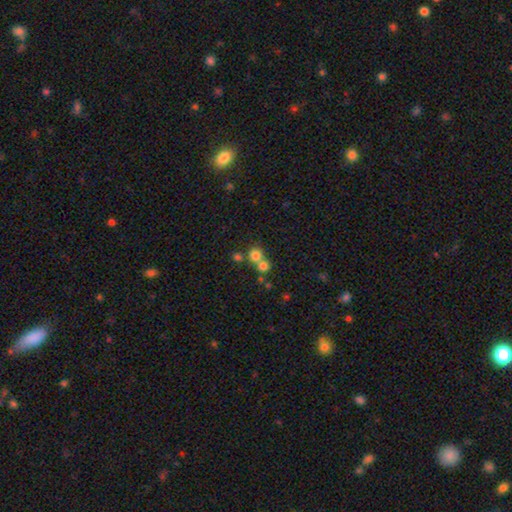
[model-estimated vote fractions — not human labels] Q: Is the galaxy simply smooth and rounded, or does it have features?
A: smooth — 76%.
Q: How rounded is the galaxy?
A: round — 89%.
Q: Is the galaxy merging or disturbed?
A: none — 47%.